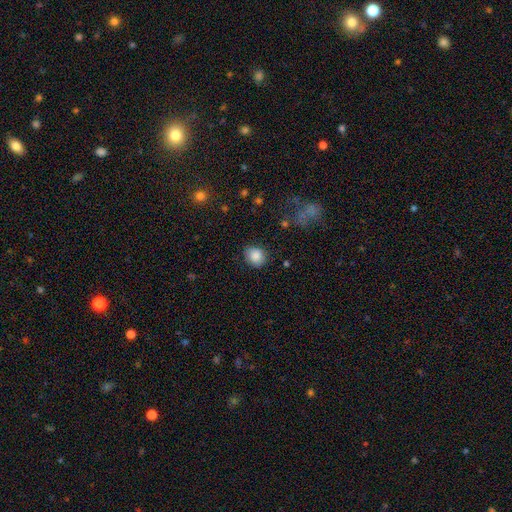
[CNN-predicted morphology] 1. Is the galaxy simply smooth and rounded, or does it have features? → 87% smooth, 8% star or artifact, 5% featured or disk.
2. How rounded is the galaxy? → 62% round, 37% in between, 1% cigar-shaped.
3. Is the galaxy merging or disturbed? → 80% none, 15% minor disturbance, 4% major disturbance, 2% merger.